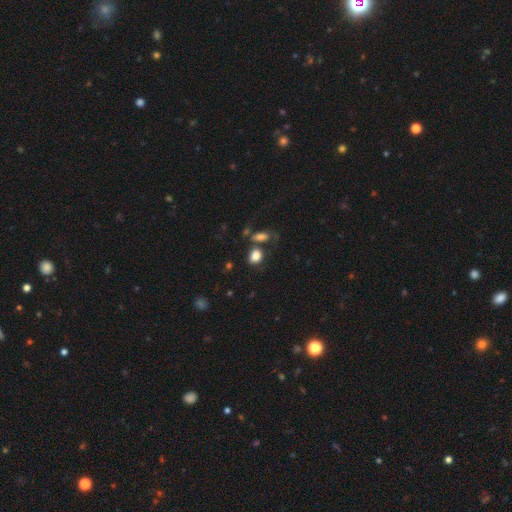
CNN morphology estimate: This is clearly a smooth galaxy (83%). How rounded: likely in between (63%). Merging: possibly none (59%).